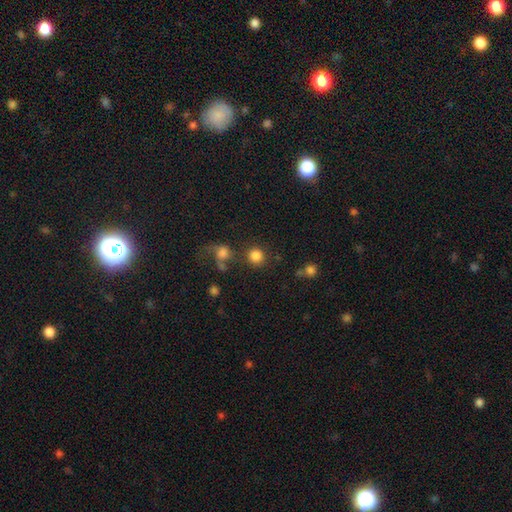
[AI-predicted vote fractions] Smooth or featured? Predicted: smooth (p=0.84). How rounded? Predicted: round (p=0.92). Merging? Predicted: none (p=0.73).